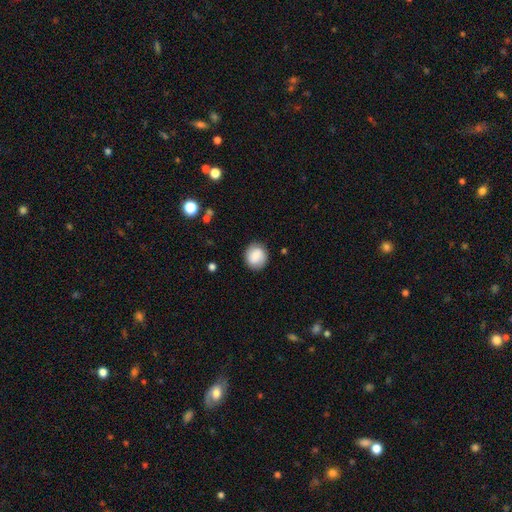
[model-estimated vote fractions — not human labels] The model was most divided on "how rounded": round: 79%, in between: 20%, cigar-shaped: 1%. More confident: merging — none (85%); smooth or featured — smooth (78%).